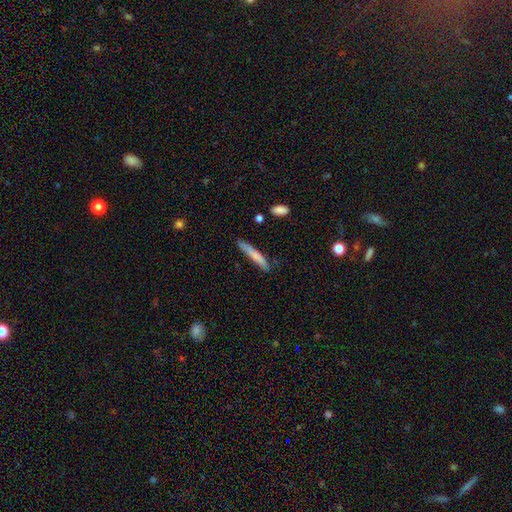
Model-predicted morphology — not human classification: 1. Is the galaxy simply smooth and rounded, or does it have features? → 73% smooth, 21% featured or disk, 6% star or artifact.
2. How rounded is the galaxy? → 92% cigar-shaped, 6% in between, 1% round.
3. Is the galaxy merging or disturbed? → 78% none, 17% minor disturbance, 3% major disturbance, 2% merger.